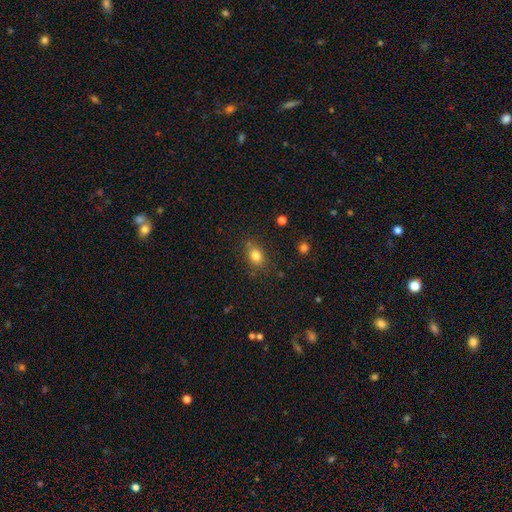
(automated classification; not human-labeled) Overall: smooth (81%). How rounded: in between (60%; round 39%). Merging: none (75%).